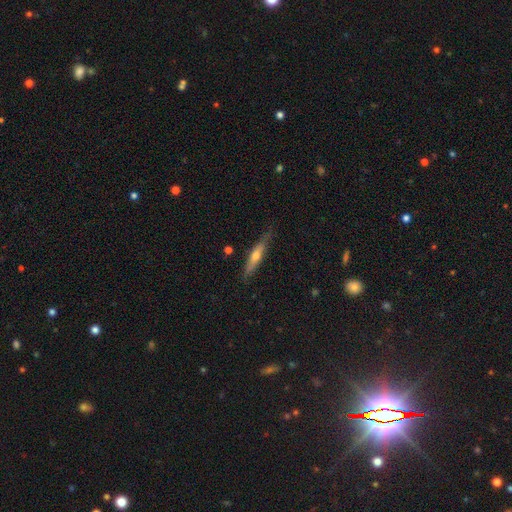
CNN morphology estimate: Q: Smooth or featured?
A: smooth (48%); runner-up: featured or disk (46%)
Q: Merging?
A: none (74%); runner-up: minor disturbance (20%)